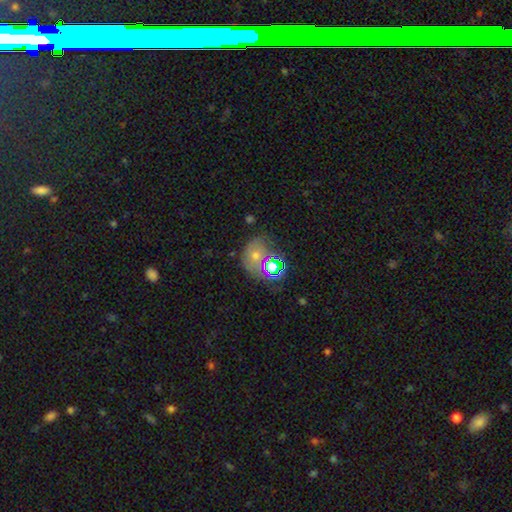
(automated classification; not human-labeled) Smooth or featured?
  - star or artifact: 40% *
  - smooth: 37%
  - featured or disk: 23%